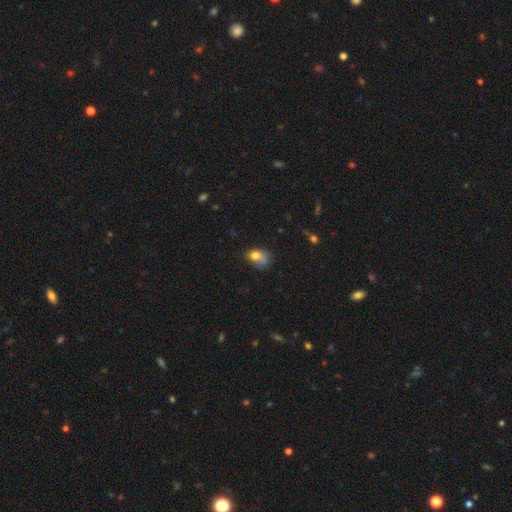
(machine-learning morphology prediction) A smooth galaxy with no disk features (75%) that is in between round and cigar-shaped (73%).

Vote fractions:
- Smooth or featured? smooth: 75% / featured or disk: 15% / star or artifact: 11%
- How rounded? in between: 73% / round: 25% / cigar-shaped: 2%
- Merging? minor disturbance: 36% / none: 35% / major disturbance: 24% / merger: 5%